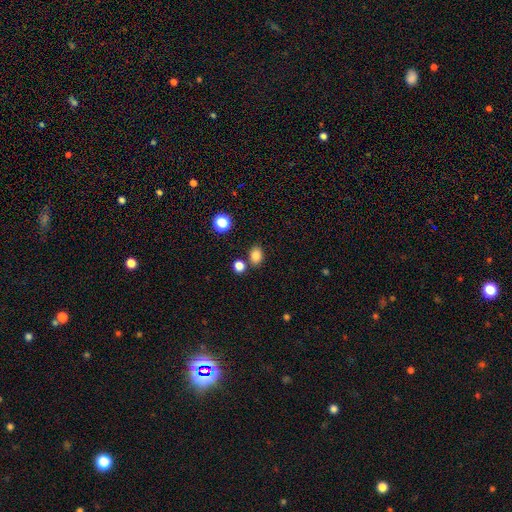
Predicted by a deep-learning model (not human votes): The model was most divided on "how rounded": in between: 60%, round: 39%, cigar-shaped: 1%. More confident: smooth or featured — smooth (83%); merging — none (74%).